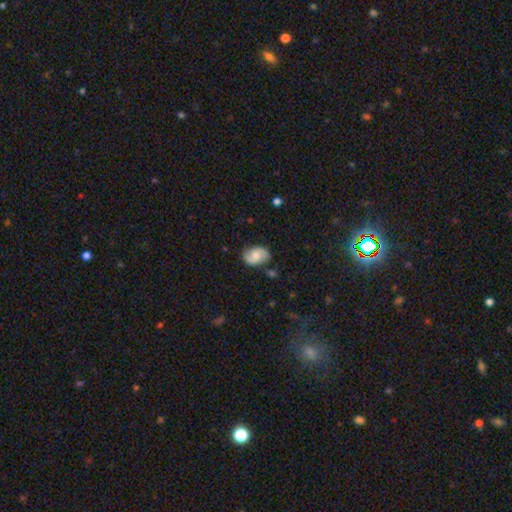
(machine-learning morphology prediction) Smooth or featured? smooth (49%)
Merging? none (75%)